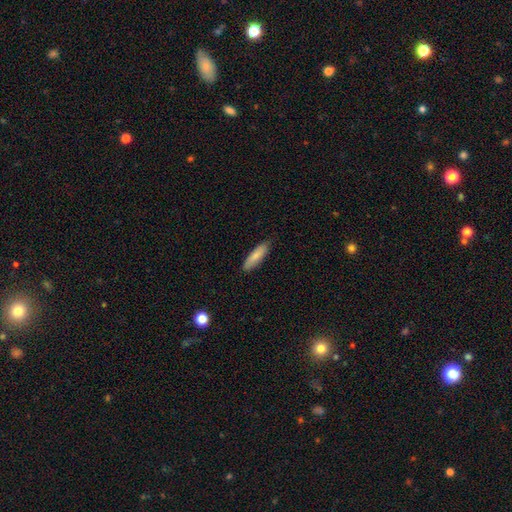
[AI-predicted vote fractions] The model was most divided on "how rounded": cigar-shaped: 56%, in between: 42%, round: 2%. More confident: merging — none (84%); smooth or featured — smooth (81%).